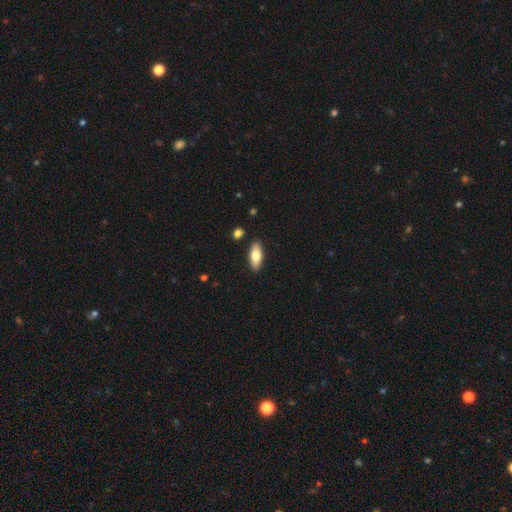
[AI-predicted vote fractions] This appears to be a smooth galaxy with no disk features (70%) that is in between round and cigar-shaped (76%). Merging: none (88%).